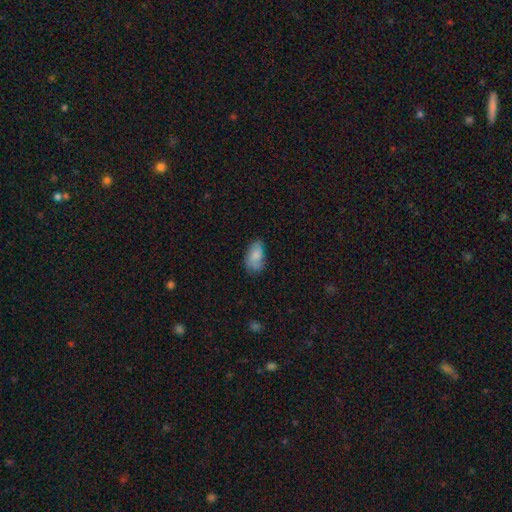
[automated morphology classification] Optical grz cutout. It shows a smooth galaxy with no disk features (76%) that is in between round and cigar-shaped (92%). Merging: none (57%).